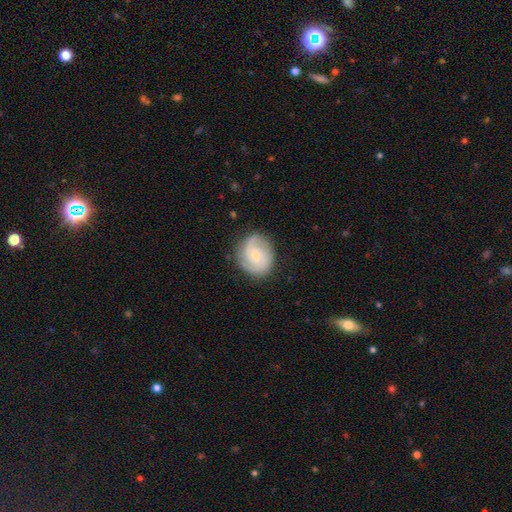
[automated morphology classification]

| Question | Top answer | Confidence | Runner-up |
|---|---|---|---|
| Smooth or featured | featured or disk | 76% | smooth (18%) |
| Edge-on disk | no | 98% | yes (2%) |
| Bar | no | 48% | weak (44%) |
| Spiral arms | yes | 95% | no (5%) |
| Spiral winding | tight | 52% | medium (39%) |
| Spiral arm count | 2 | 68% | can't tell (13%) |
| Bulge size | small | 66% | moderate (27%) |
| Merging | none | 81% | minor disturbance (14%) |